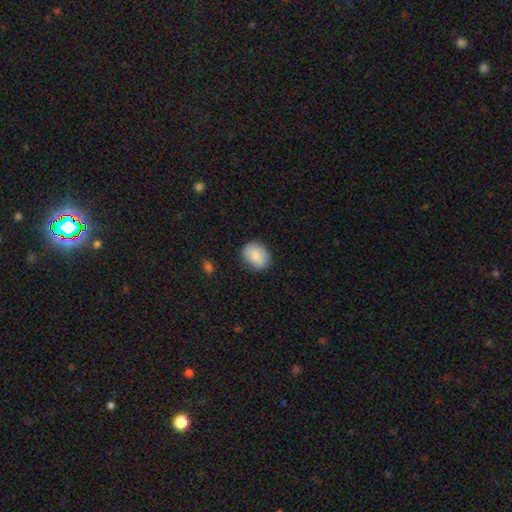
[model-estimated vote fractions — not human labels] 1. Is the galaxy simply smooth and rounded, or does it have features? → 84% smooth, 9% featured or disk, 7% star or artifact.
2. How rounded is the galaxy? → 50% round, 49% in between, 1% cigar-shaped.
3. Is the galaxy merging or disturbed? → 80% none, 15% minor disturbance, 3% major disturbance, 1% merger.